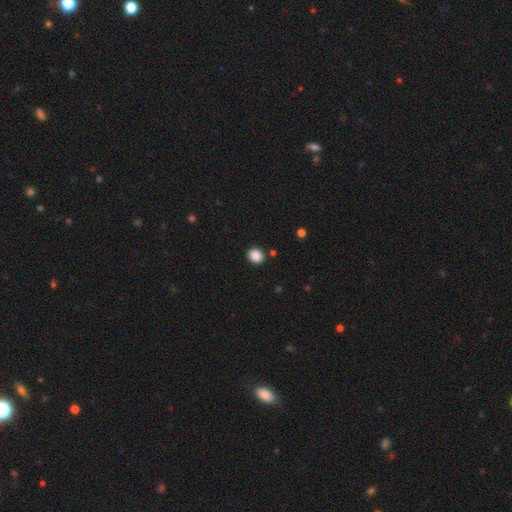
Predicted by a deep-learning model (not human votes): A smooth galaxy with no disk features (87%) that is round (71%). Merging: none (90%).